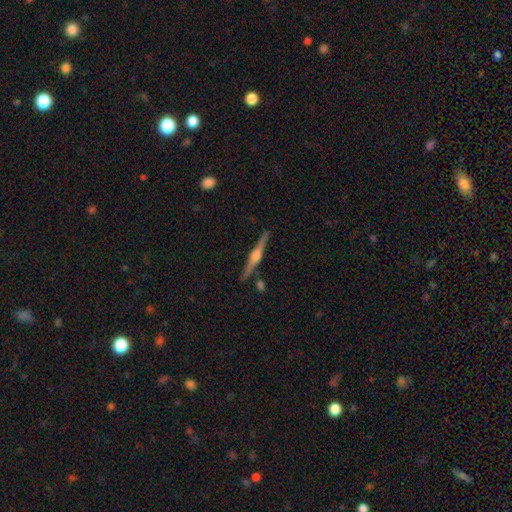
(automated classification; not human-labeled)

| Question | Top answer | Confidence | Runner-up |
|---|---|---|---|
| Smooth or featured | featured or disk | 82% | smooth (12%) |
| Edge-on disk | yes | 98% | no (2%) |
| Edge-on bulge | rounded | 90% | boxy (7%) |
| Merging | none | 89% | minor disturbance (7%) |